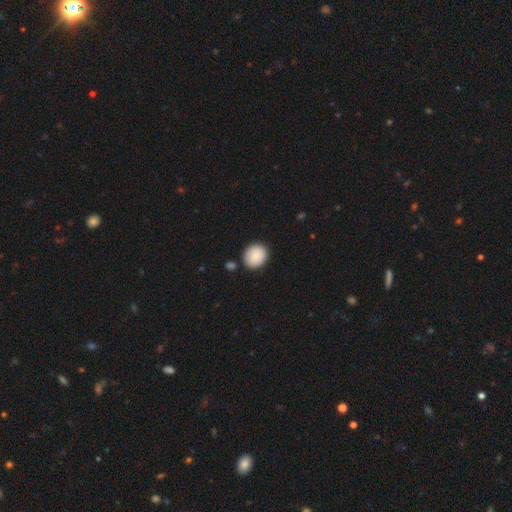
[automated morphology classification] Smooth or featured? smooth (86%)
How rounded? round (77%)
Merging? none (83%)